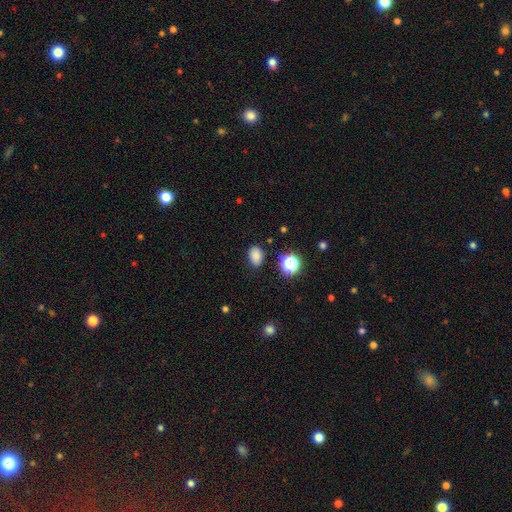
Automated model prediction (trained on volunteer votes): The model was most divided on "how rounded": in between: 75%, round: 24%, cigar-shaped: 1%. More confident: smooth or featured — smooth (82%); merging — none (82%).